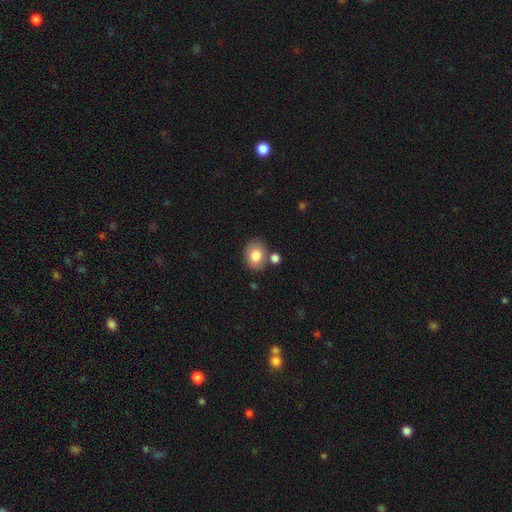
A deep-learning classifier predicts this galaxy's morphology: Q: Smooth or featured?
A: smooth (81%); runner-up: featured or disk (11%)
Q: How rounded?
A: round (52%); runner-up: in between (47%)
Q: Merging?
A: none (71%); runner-up: minor disturbance (13%)